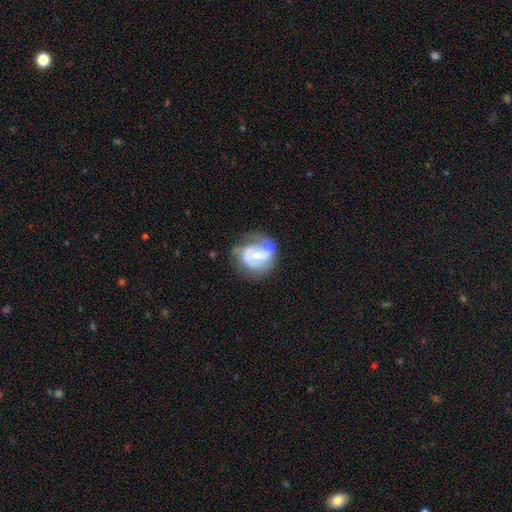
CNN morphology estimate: The model was most divided on "bar": no: 49%, weak: 40%, strong: 10%. Remaining: edge-on disk — no (98%); spiral arms — yes (94%); smooth or featured — featured or disk (81%); spiral arm count — 2 (67%); merging — none (57%); bulge size — small (54%); spiral winding — medium (48%).